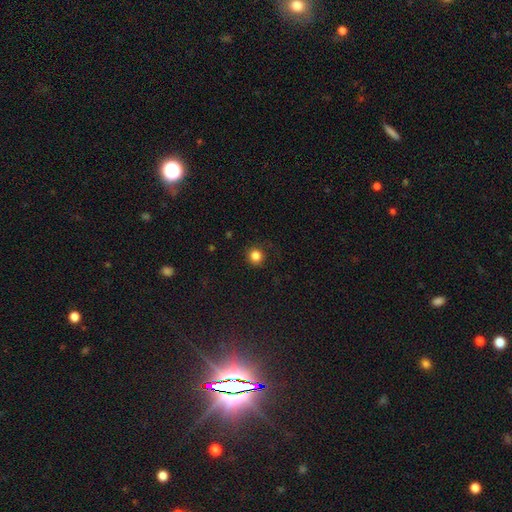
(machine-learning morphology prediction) This appears to be a smooth galaxy with no disk features (84%) that is round (93%). Merging: none (90%).